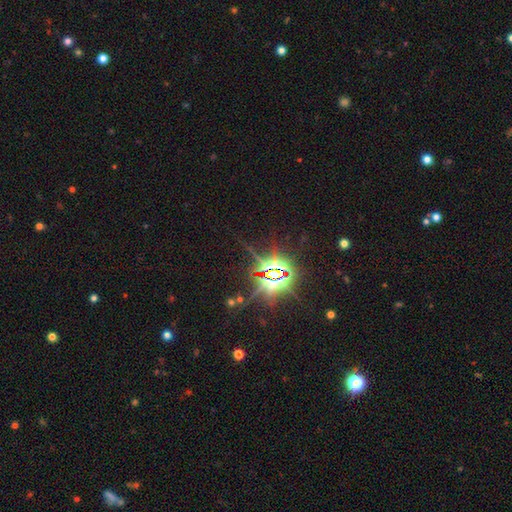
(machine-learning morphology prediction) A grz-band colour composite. It shows a star or artifact, not a galaxy (86%).